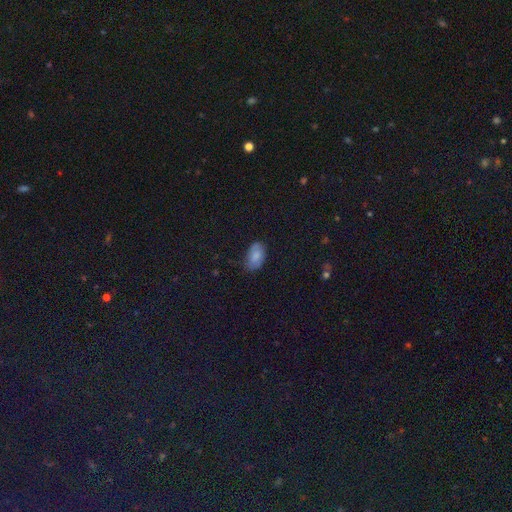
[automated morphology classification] Smooth or featured? smooth (76%)
How rounded? in between (92%)
Merging? none (67%)